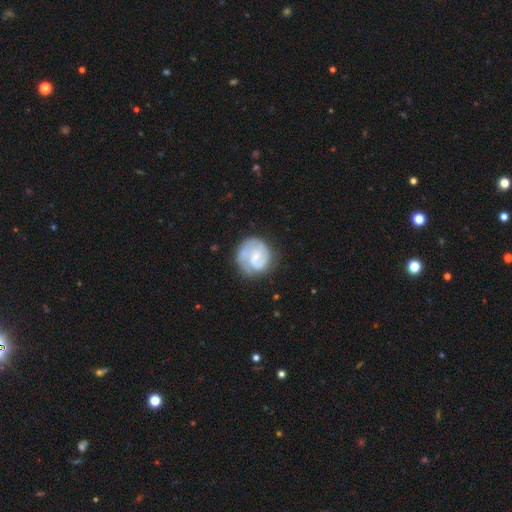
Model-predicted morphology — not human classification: A featured or disk galaxy (72%) with a weak bar (49%), 2 (52%) tight (47%) spiral arms (89%) and a small central bulge (56%). Merging: none (64%).